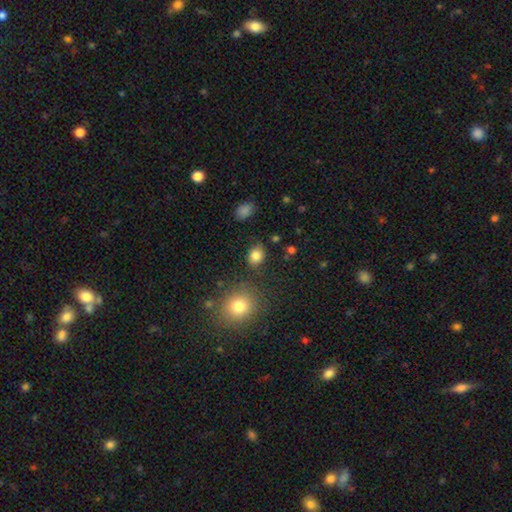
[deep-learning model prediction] smooth 85%, star or artifact 11%, featured or disk 5%. Down the decision tree: how rounded — in between (50%); merging — none (81%).